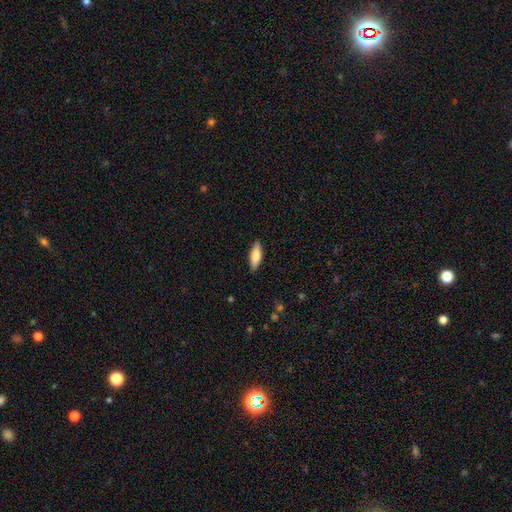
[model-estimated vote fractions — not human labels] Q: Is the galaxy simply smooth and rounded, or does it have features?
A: smooth — 75%.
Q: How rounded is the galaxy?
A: in between — 55%.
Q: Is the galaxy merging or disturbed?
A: none — 88%.